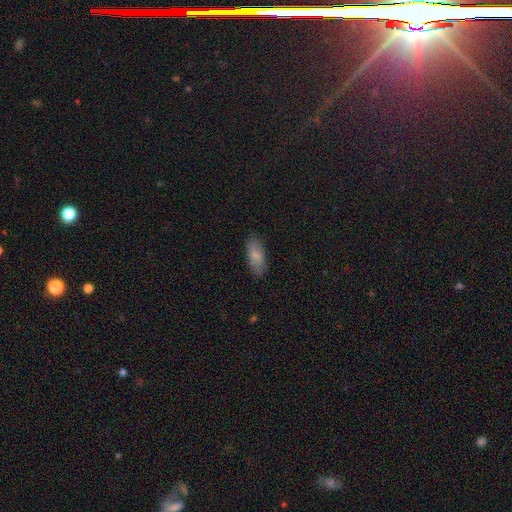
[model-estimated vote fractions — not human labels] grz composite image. It shows a smooth galaxy with no disk features (83%) that is in between round and cigar-shaped (83%). Merging: none (86%).